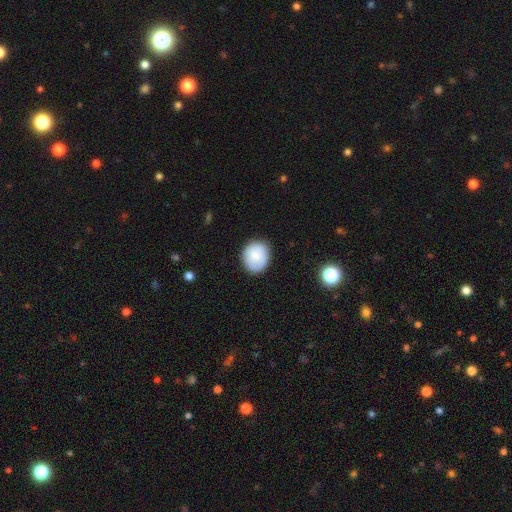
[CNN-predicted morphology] smooth 81%, featured or disk 12%, star or artifact 7%. Down the decision tree: how rounded — round (68%); merging — none (84%).